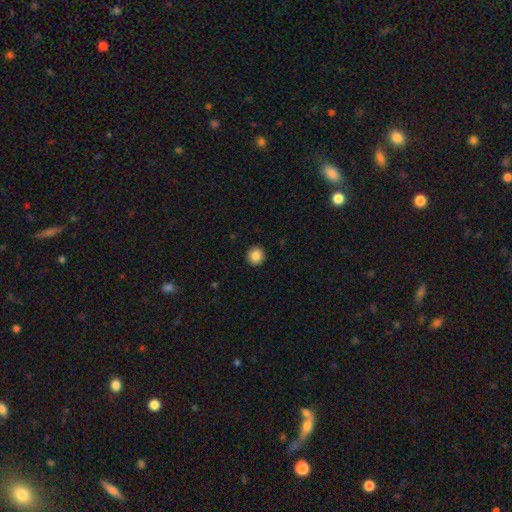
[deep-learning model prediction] Smooth or featured?
  - smooth: 86% *
  - star or artifact: 9%
  - featured or disk: 4%
How rounded?
  - round: 94% *
  - in between: 5%
  - cigar-shaped: 1%
Merging?
  - none: 93% *
  - minor disturbance: 5%
  - major disturbance: 1%
  - merger: 1%